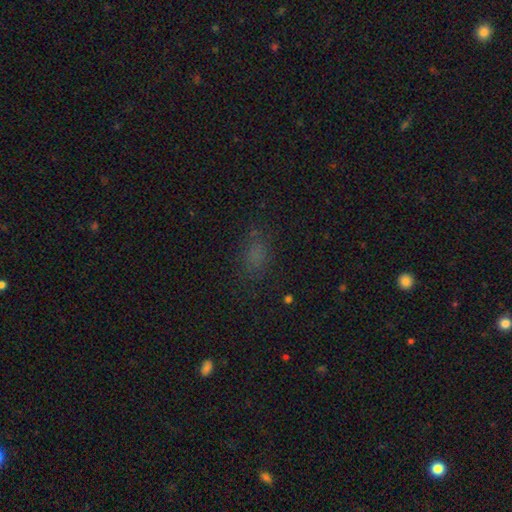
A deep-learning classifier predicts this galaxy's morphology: This is likely a smooth galaxy (69%). How rounded: likely in between (77%). Merging: likely none (71%).